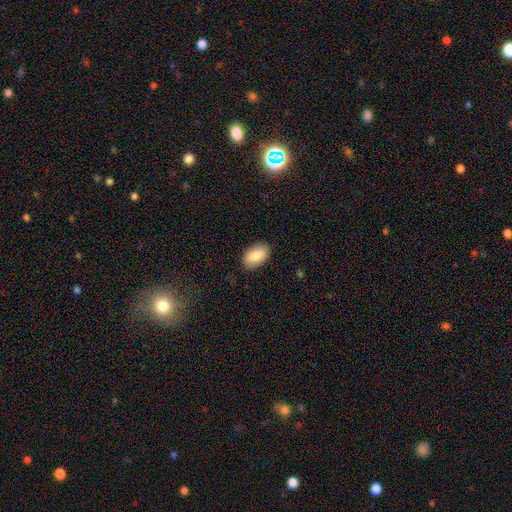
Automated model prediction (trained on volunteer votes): smooth 86%, featured or disk 7%, star or artifact 6%. Down the decision tree: how rounded — in between (93%); merging — none (86%).